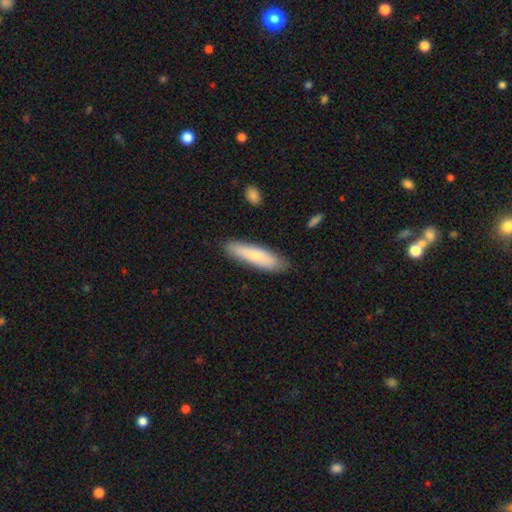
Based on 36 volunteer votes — A smooth galaxy with no disk features (72%) that is cigar-shaped (65%).

Vote fractions:
- Smooth or featured? smooth: 72% / featured or disk: 28% / star or artifact: 0%
- How rounded? cigar-shaped: 65% / in between: 35% / round: 0%
- Merging? none: 86% / minor disturbance: 8% / major disturbance: 3% / merger: 3%